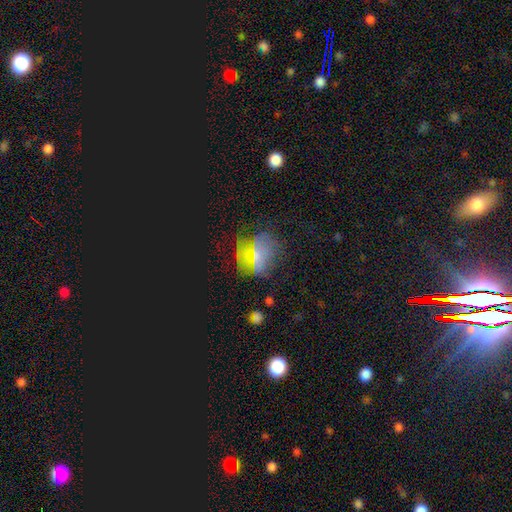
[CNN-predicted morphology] star or artifact 43%, smooth 38%, featured or disk 18%.